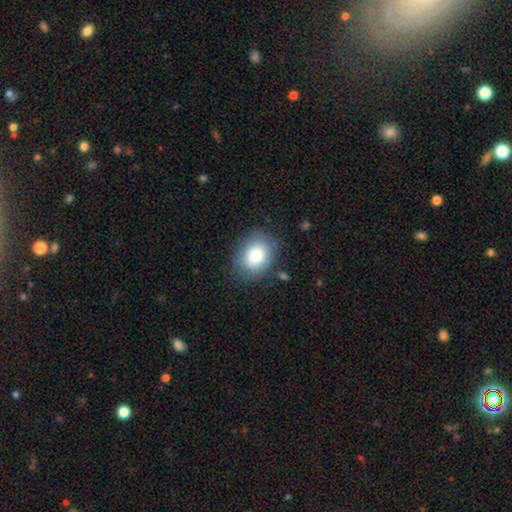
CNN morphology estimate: The model was most divided on "how rounded": in between: 58%, round: 41%, cigar-shaped: 1%. More confident: smooth or featured — smooth (83%); merging — none (76%).